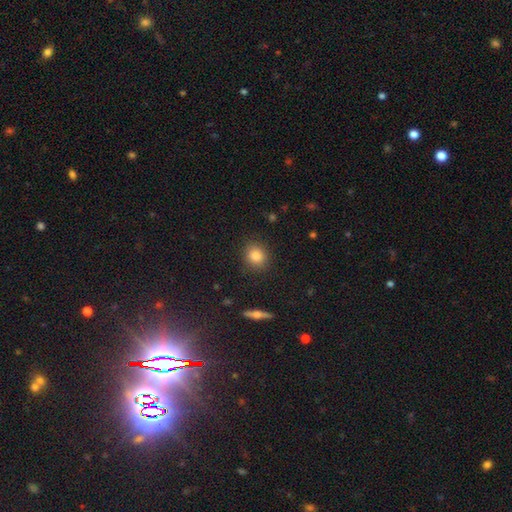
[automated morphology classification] This is clearly a smooth galaxy (84%). How rounded: likely round (75%). Merging: clearly none (87%).